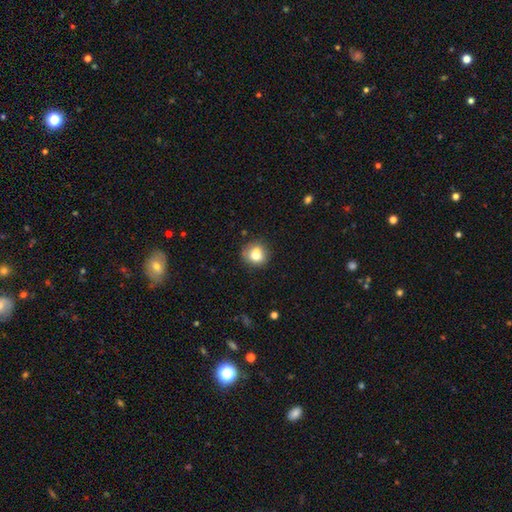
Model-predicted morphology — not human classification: The model was most divided on "merging": none: 63%, merger: 17%, minor disturbance: 16%, major disturbance: 4%. More confident: how rounded — round (81%); smooth or featured — smooth (76%).